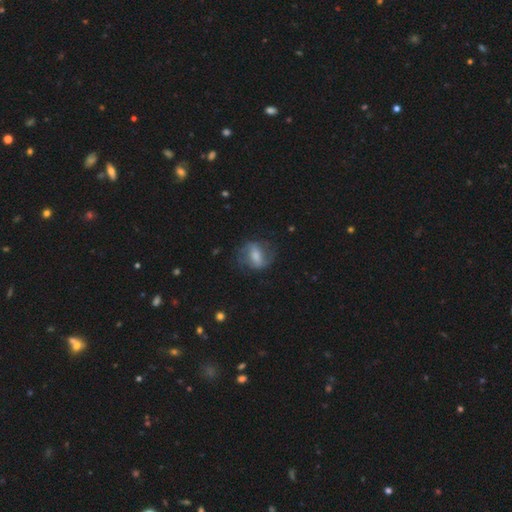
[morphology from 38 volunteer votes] Smooth or featured? smooth (63%)
How rounded? in between (58%)
Merging? none (73%)